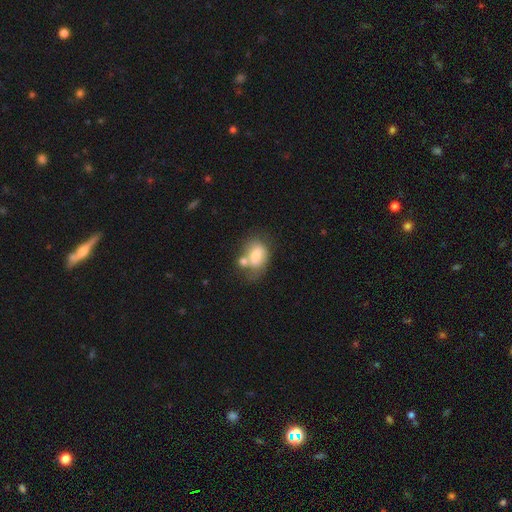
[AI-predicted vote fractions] Smooth or featured? smooth (65%)
How rounded? in between (71%)
Merging? merger (40%)